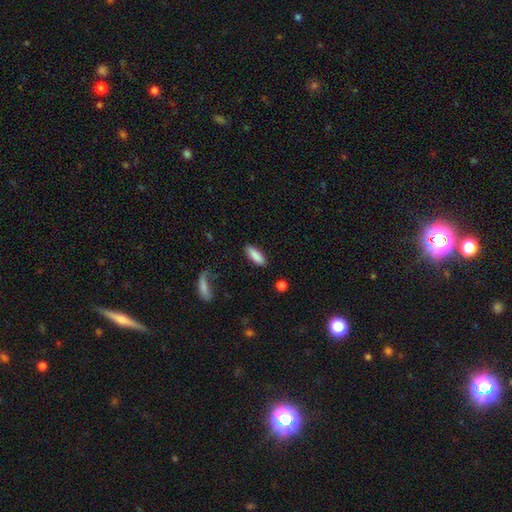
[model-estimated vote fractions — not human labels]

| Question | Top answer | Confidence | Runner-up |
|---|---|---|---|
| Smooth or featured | smooth | 87% | featured or disk (7%) |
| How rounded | in between | 56% | cigar-shaped (42%) |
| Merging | none | 86% | minor disturbance (10%) |